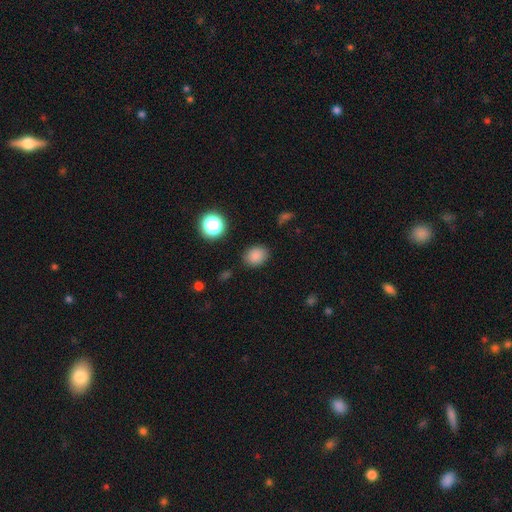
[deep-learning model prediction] Smooth or featured?
  - smooth: 83% *
  - star or artifact: 12%
  - featured or disk: 4%
How rounded?
  - round: 51% *
  - in between: 48%
  - cigar-shaped: 1%
Merging?
  - none: 84% *
  - minor disturbance: 11%
  - major disturbance: 3%
  - merger: 2%